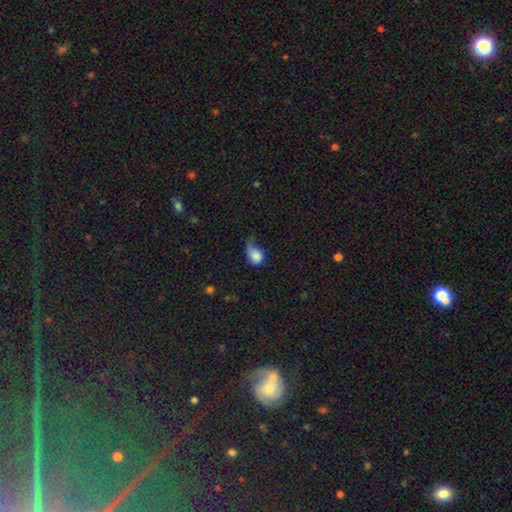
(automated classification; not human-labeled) A smooth galaxy with no disk features (69%) that is in between round and cigar-shaped (65%). Merging: major disturbance (45%).